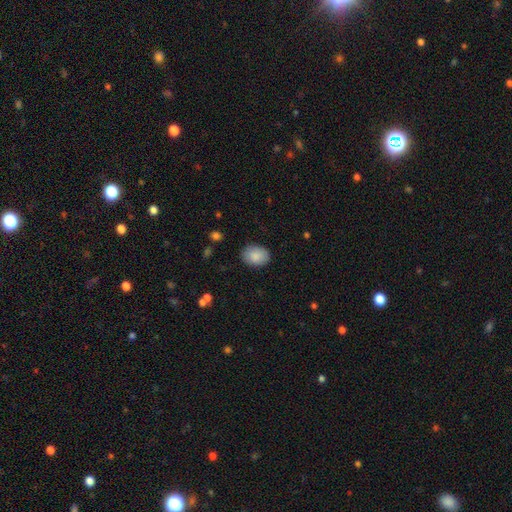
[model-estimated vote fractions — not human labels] smooth 88%, star or artifact 7%, featured or disk 6%. Down the decision tree: how rounded — in between (72%); merging — none (87%).